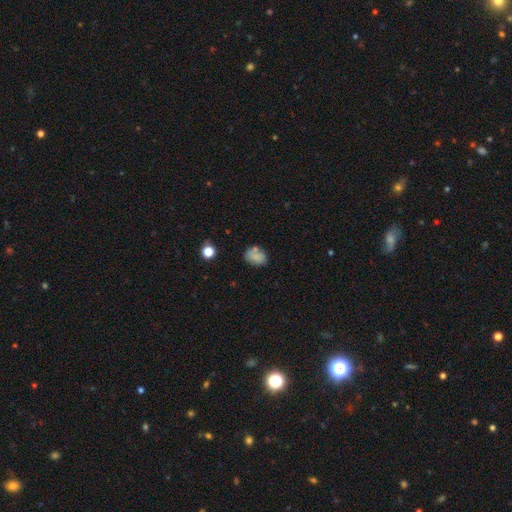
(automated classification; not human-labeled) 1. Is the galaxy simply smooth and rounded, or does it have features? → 75% smooth, 14% featured or disk, 11% star or artifact.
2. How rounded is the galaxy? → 68% in between, 31% round, 1% cigar-shaped.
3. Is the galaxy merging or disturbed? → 59% none, 21% minor disturbance, 13% merger, 7% major disturbance.